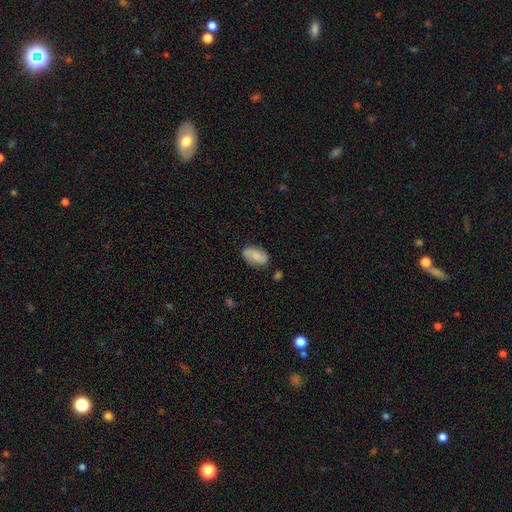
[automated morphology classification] This is possibly a smooth galaxy (52%). How rounded: clearly in between (92%). Merging: likely none (76%).